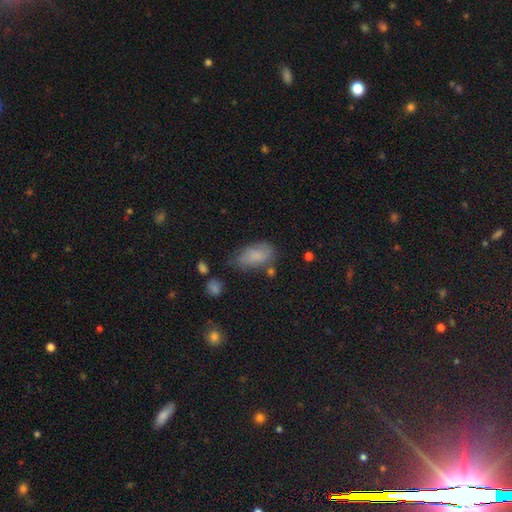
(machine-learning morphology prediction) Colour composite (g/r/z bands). It shows a smooth galaxy with no disk features (78%) that is in between round and cigar-shaped (92%). Merging: none (57%).